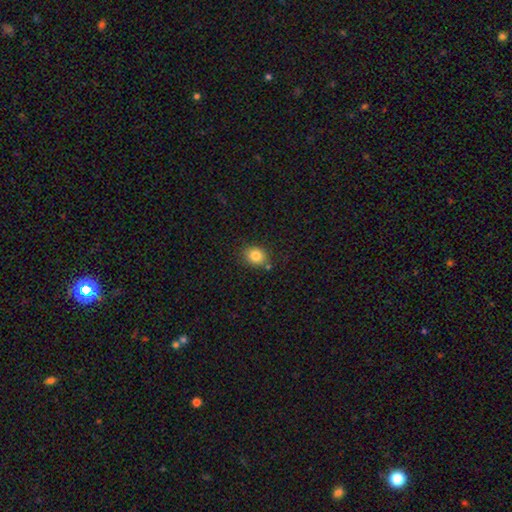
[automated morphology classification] smooth_or_featured: smooth (p=0.84) [alt: star or artifact p=0.10]
how_rounded: round (p=0.59) [alt: in between p=0.40]
merging: none (p=0.75) [alt: minor disturbance p=0.15]